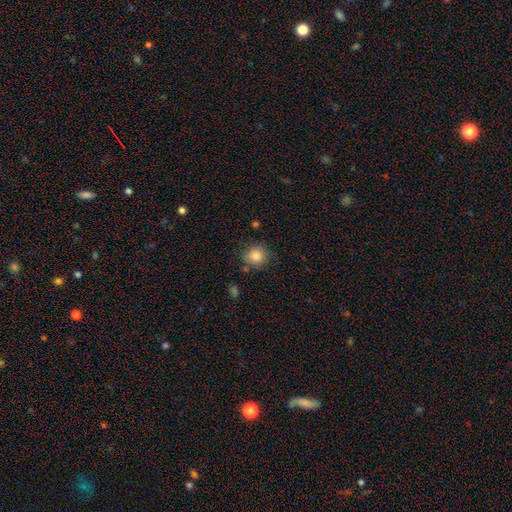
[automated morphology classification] smooth_or_featured: smooth (p=0.84) [alt: star or artifact p=0.09]
how_rounded: round (p=0.86) [alt: in between p=0.13]
merging: none (p=0.81) [alt: minor disturbance p=0.12]